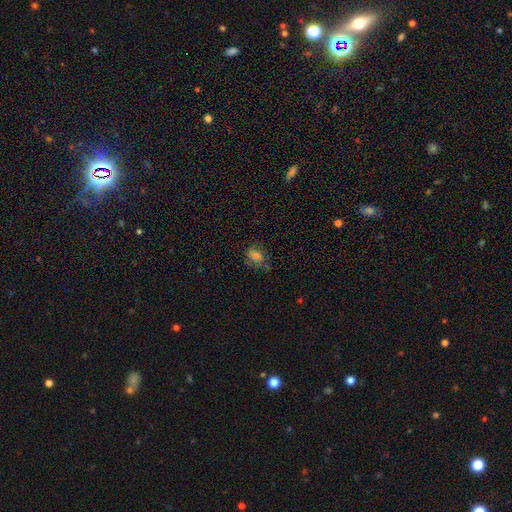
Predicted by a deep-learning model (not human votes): A smooth galaxy with no disk features (57%) that is in between round and cigar-shaped (60%).

Vote fractions:
- Smooth or featured? smooth: 57% / featured or disk: 23% / star or artifact: 20%
- How rounded? in between: 60% / round: 38% / cigar-shaped: 2%
- Merging? none: 59% / minor disturbance: 24% / major disturbance: 15% / merger: 2%